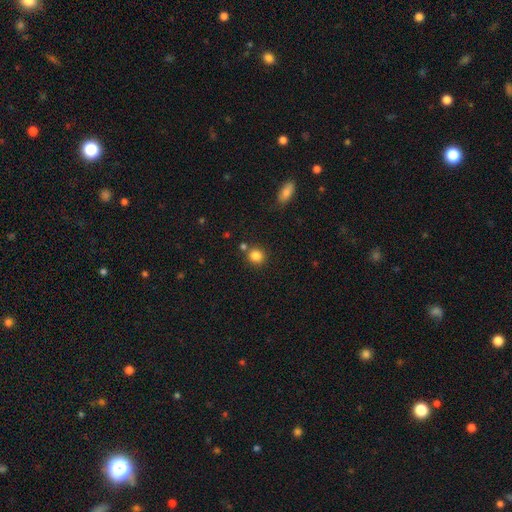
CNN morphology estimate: A smooth galaxy with no disk features (84%) that is round (85%). Merging: none (76%).